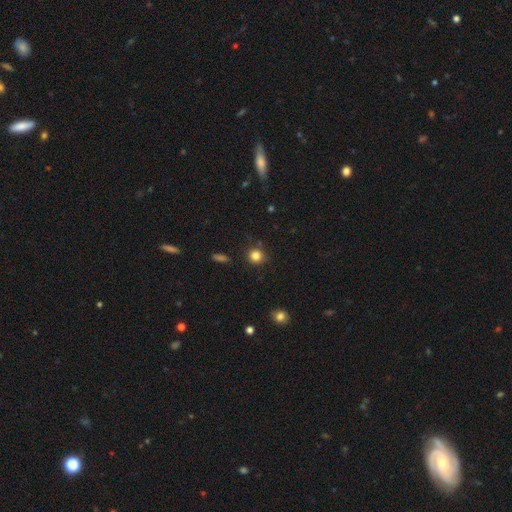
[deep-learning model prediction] This appears to be a smooth galaxy with no disk features (83%) that is round (89%). Merging: none (85%).